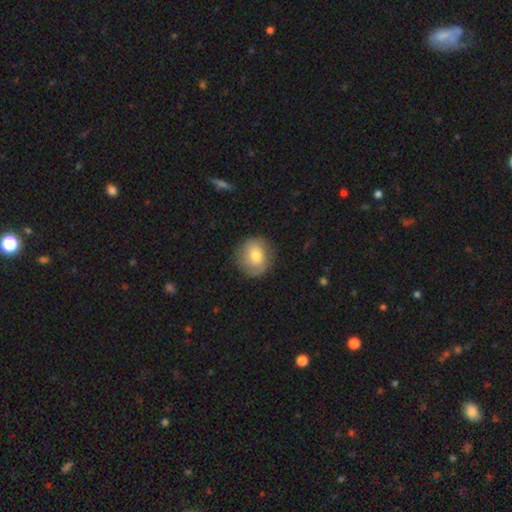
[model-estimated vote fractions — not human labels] Overall: smooth (70%). How rounded: round (81%). Merging: none (82%).